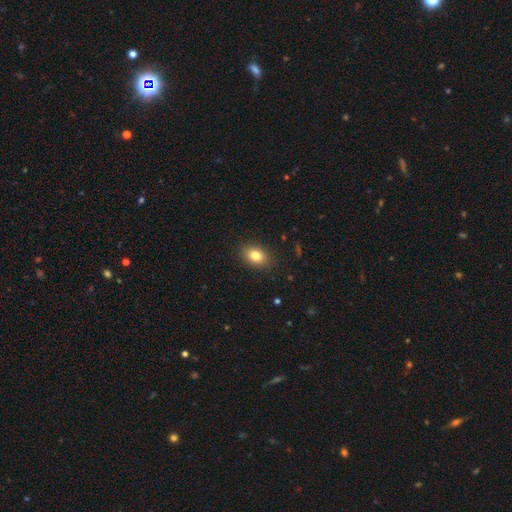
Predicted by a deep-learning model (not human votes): Morphology: type=smooth (82%); roundness=in between (81%); merging=none (88%).